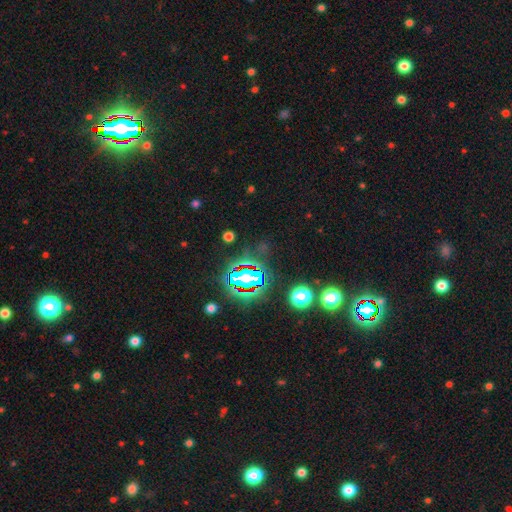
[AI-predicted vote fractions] This appears to be a star or artifact, not a galaxy (82%).